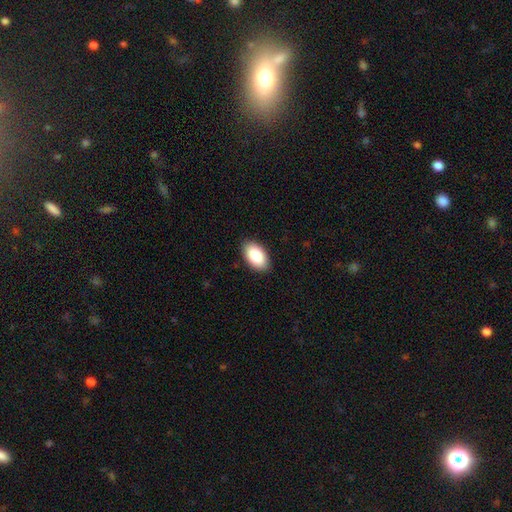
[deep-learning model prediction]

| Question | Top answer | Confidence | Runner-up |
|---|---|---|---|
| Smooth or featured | smooth | 88% | star or artifact (6%) |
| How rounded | in between | 95% | round (4%) |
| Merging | none | 89% | minor disturbance (9%) |